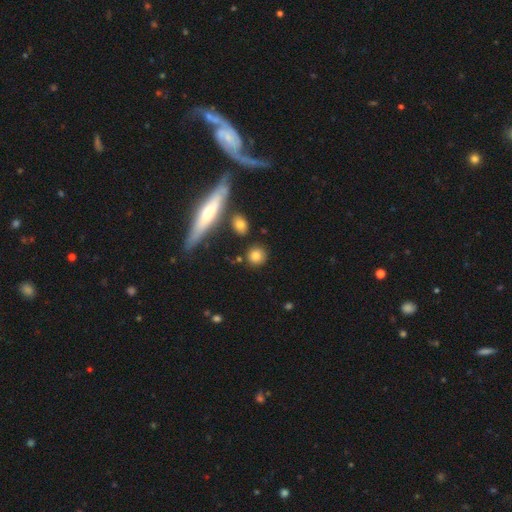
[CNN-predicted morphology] smooth-or-featured: smooth: 80% | featured or disk: 11% | star or artifact: 10%
  how-rounded: round: 86% | in between: 11% | cigar-shaped: 4%
  merging: none: 84% | minor disturbance: 9% | merger: 5% | major disturbance: 3%